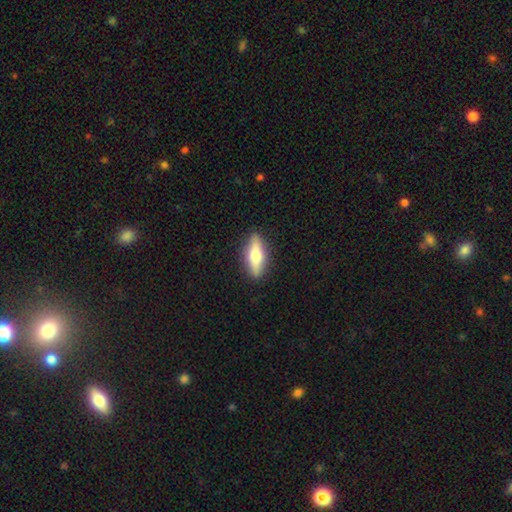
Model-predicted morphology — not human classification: smooth_or_featured: smooth (p=0.51) [alt: featured or disk p=0.43]
how_rounded: in between (p=0.49) [alt: cigar-shaped p=0.48]
merging: none (p=0.89) [alt: minor disturbance p=0.08]